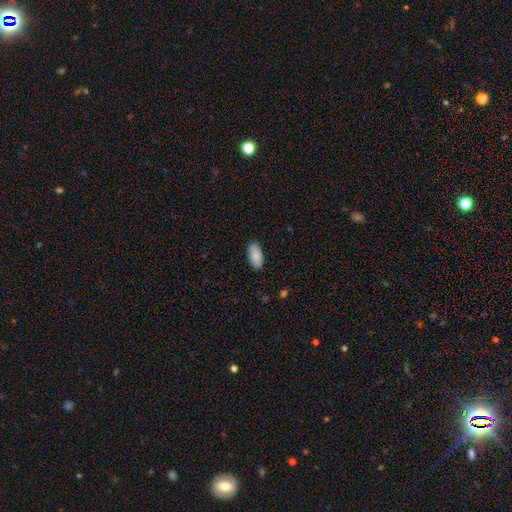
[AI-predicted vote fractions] A smooth galaxy with no disk features (89%) that is in between round and cigar-shaped (94%).

Vote fractions:
- Smooth or featured? smooth: 89% / star or artifact: 6% / featured or disk: 5%
- How rounded? in between: 94% / cigar-shaped: 4% / round: 2%
- Merging? none: 87% / minor disturbance: 10% / major disturbance: 2% / merger: 1%